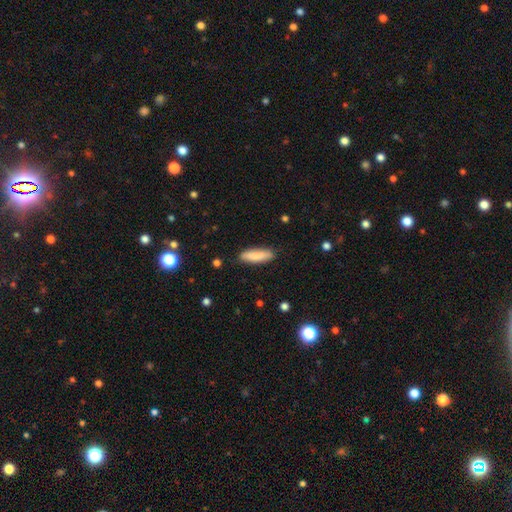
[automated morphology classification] Smooth or featured? smooth (84%)
How rounded? cigar-shaped (59%)
Merging? none (86%)